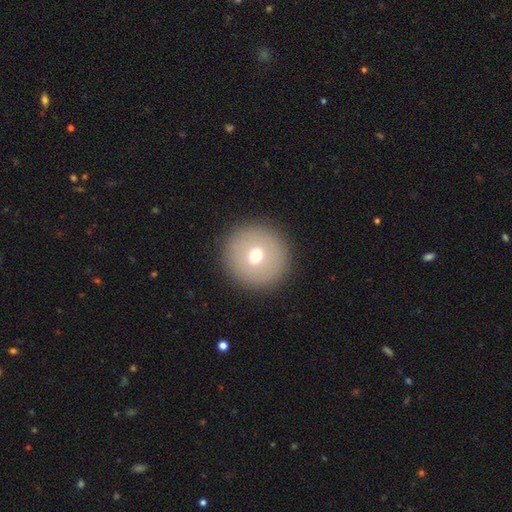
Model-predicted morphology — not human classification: This is likely a smooth galaxy (68%). How rounded: clearly round (96%). Merging: clearly none (91%).